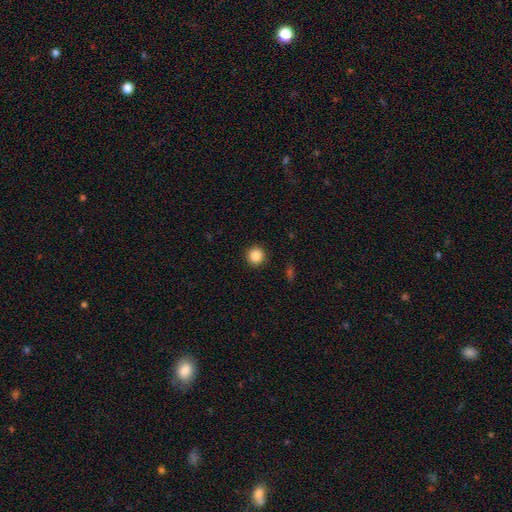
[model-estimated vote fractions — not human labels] Smooth or featured? Predicted: smooth (p=0.88). How rounded? Predicted: round (p=0.94). Merging? Predicted: none (p=0.92).